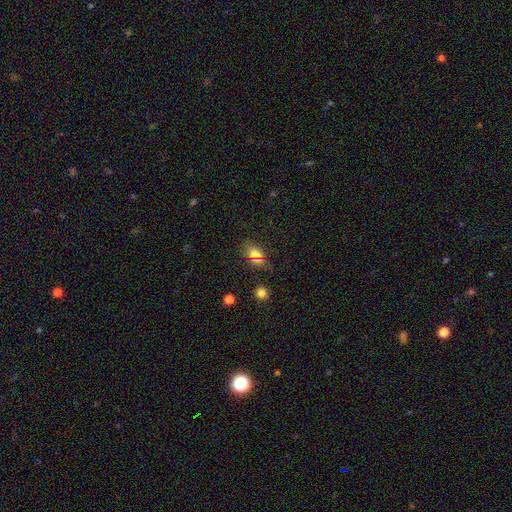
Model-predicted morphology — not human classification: Overall: smooth (65%; star or artifact 26%). How rounded: in between (70%). Merging: none (81%).